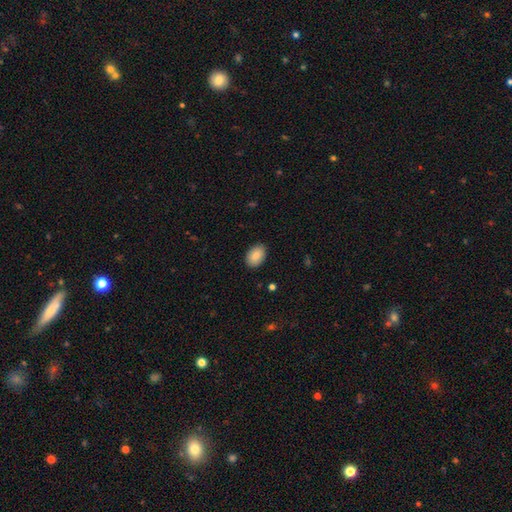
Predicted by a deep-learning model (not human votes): smooth 87%, star or artifact 7%, featured or disk 6%. Down the decision tree: how rounded — in between (87%); merging — none (88%).